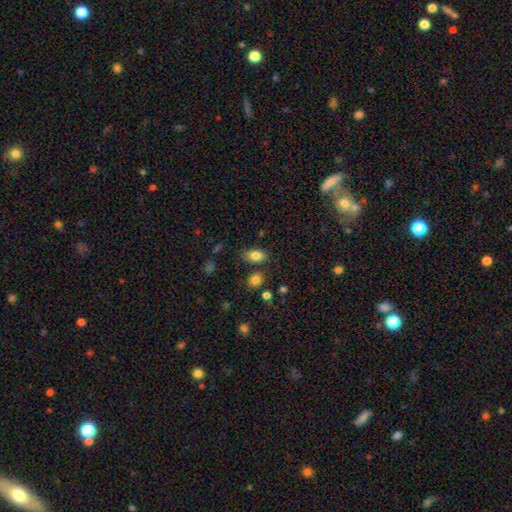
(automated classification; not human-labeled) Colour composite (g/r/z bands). It shows a smooth galaxy with no disk features (81%) that is in between round and cigar-shaped (88%). Merging: none (78%).